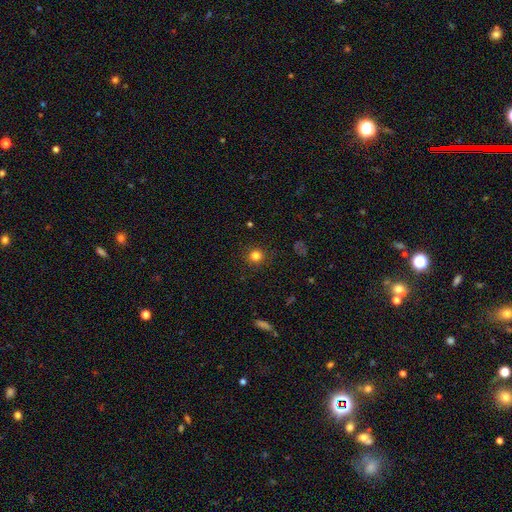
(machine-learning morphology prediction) Smooth or featured: smooth — 82% (star or artifact — 13%)
How rounded: round — 93% (in between — 6%)
Merging: none — 90% (minor disturbance — 7%)